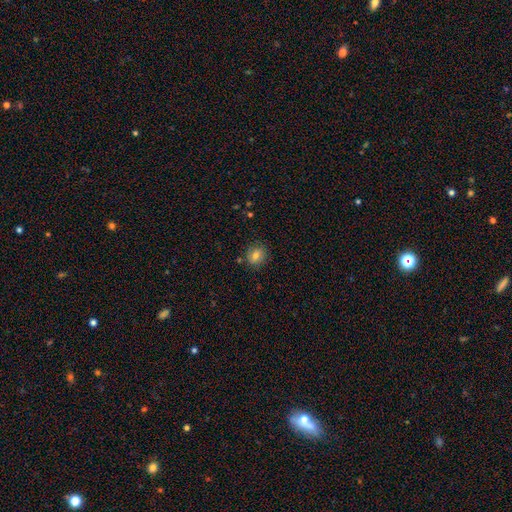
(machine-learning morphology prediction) Q: Smooth or featured?
A: smooth (76%); runner-up: featured or disk (13%)
Q: How rounded?
A: round (73%); runner-up: in between (26%)
Q: Merging?
A: none (83%); runner-up: minor disturbance (12%)